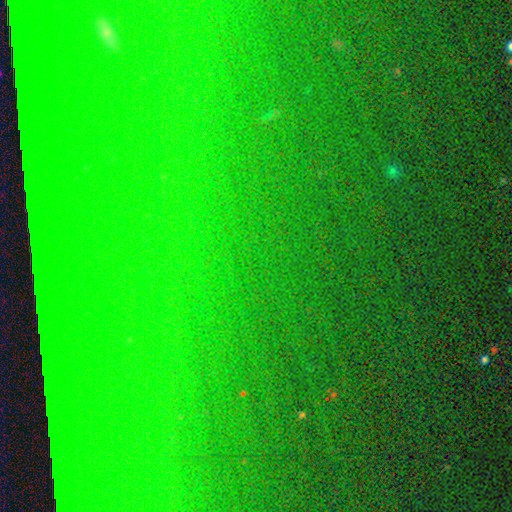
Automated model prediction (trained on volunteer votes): The model was most divided on "smooth or featured": star or artifact: 79%, smooth: 12%, featured or disk: 9%.